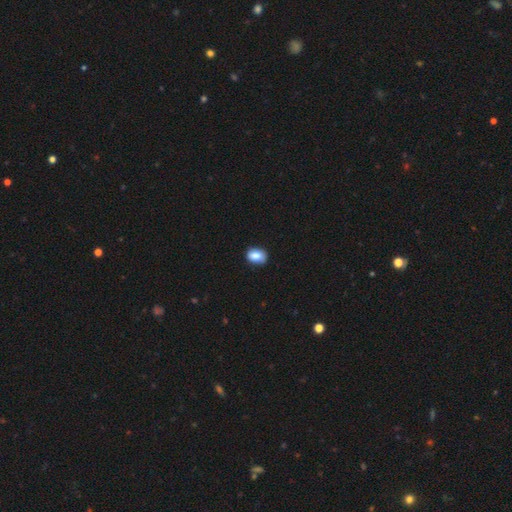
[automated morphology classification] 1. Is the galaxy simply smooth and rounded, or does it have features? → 85% smooth, 8% star or artifact, 6% featured or disk.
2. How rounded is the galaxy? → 73% in between, 26% round, 1% cigar-shaped.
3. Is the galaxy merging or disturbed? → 80% none, 16% minor disturbance, 3% major disturbance, 1% merger.